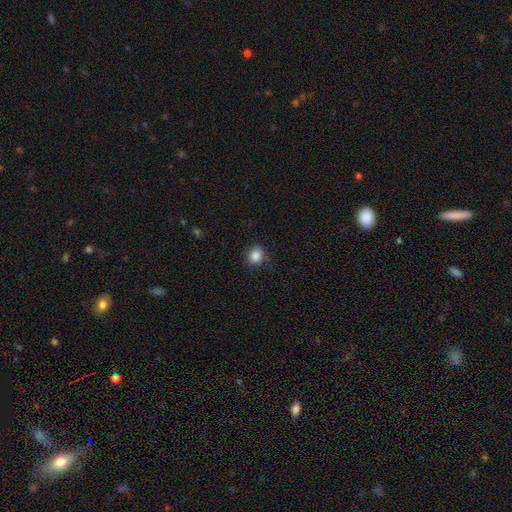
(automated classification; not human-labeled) smooth_or_featured: smooth (p=0.87) [alt: star or artifact p=0.10]
how_rounded: round (p=0.69) [alt: in between p=0.30]
merging: none (p=0.79) [alt: minor disturbance p=0.16]